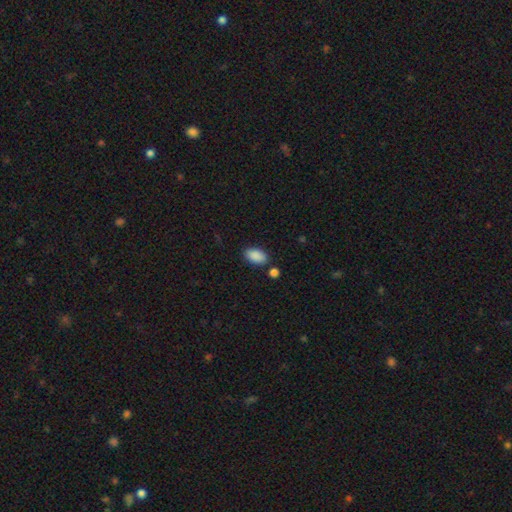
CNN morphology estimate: The model was most divided on "merging": none: 80%, minor disturbance: 12%, merger: 5%, major disturbance: 3%. More confident: how rounded — in between (93%); smooth or featured — smooth (89%).